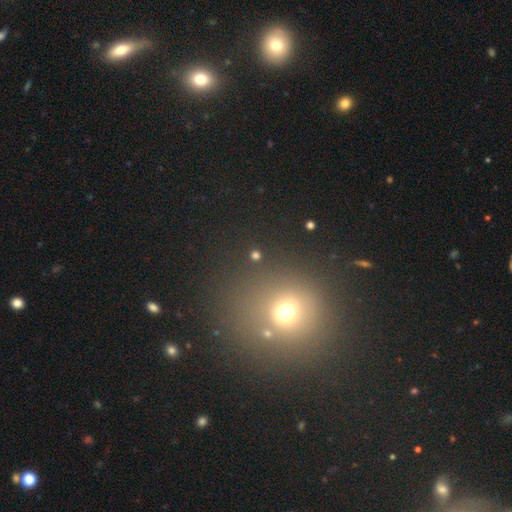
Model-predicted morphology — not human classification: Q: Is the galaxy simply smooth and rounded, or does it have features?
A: smooth — 60%.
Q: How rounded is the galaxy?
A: round — 87%.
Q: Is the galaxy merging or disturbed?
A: none — 83%.